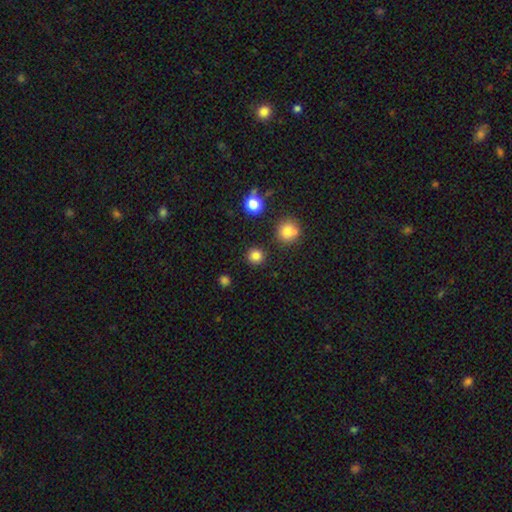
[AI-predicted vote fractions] Smooth or featured: smooth — 82% (star or artifact — 13%)
How rounded: round — 94% (in between — 5%)
Merging: none — 90% (minor disturbance — 5%)